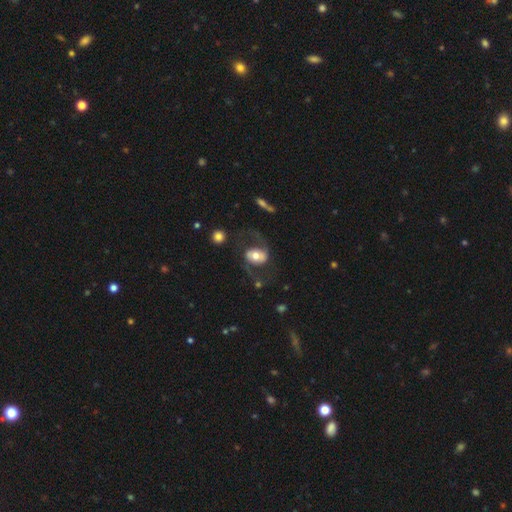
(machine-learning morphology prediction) Smooth or featured: featured or disk — 71% (smooth — 23%)
Edge-on disk: no — 96% (yes — 4%)
Bar: no — 46% (weak — 30%)
Spiral arms: yes — 86% (no — 14%)
Spiral winding: loose — 53% (medium — 38%)
Spiral arm count: 2 — 91% (can't tell — 3%)
Bulge size: moderate — 66% (large — 17%)
Merging: none — 64% (major disturbance — 18%)